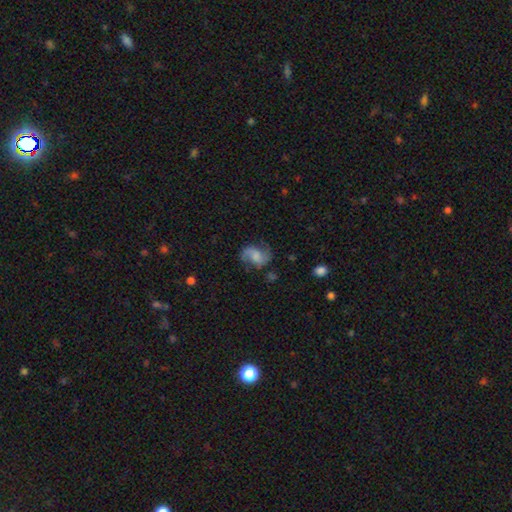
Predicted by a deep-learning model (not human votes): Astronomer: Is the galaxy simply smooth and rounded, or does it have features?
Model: featured or disk — 68%.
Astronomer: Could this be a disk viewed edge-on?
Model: no — 97%.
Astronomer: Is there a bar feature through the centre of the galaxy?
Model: no — 49% (runner-up: weak, 40%).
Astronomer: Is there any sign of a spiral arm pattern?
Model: yes — 93%.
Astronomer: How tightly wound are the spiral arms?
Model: loose — 46% (runner-up: medium, 43%).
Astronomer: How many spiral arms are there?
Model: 2 — 88%.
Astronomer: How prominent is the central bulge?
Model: moderate — 31% (runner-up: small, 27%).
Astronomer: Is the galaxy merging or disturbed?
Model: none — 67%.